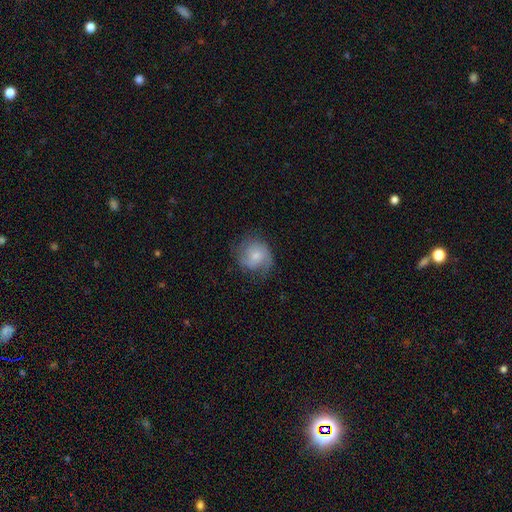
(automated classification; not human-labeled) A smooth galaxy with no disk features (48%). Merging: none (62%).